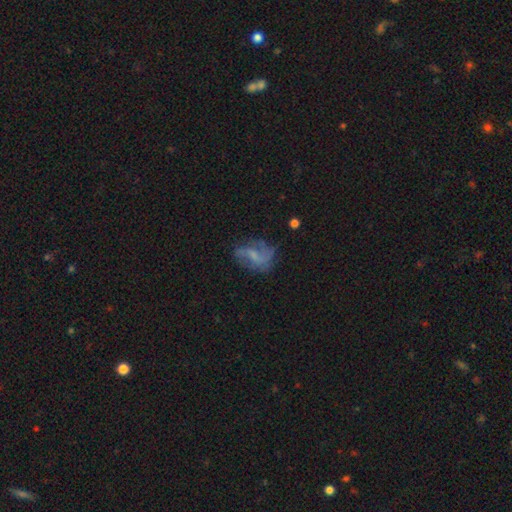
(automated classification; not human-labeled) Smooth or featured? Predicted: featured or disk (p=0.68). Edge-on disk? Predicted: no (p=0.97). Bar? Predicted: weak (p=0.46). Spiral arms? Predicted: yes (p=0.81). Spiral winding? Predicted: loose (p=0.57). Spiral arm count? Predicted: 2 (p=0.58). Bulge size? Predicted: small (p=0.43). Merging? Predicted: none (p=0.54).